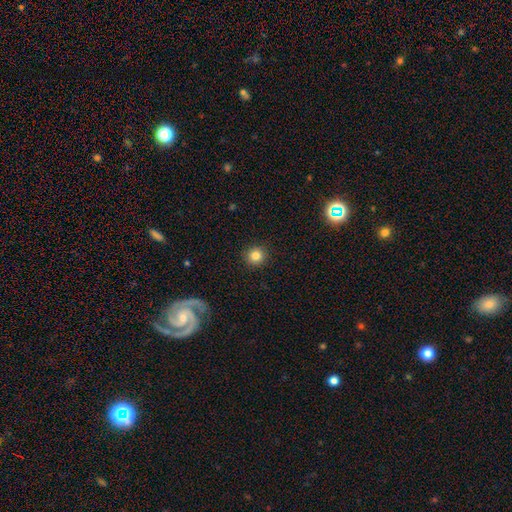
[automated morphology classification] smooth 82%, star or artifact 11%, featured or disk 7%. Down the decision tree: how rounded — round (93%); merging — none (92%).